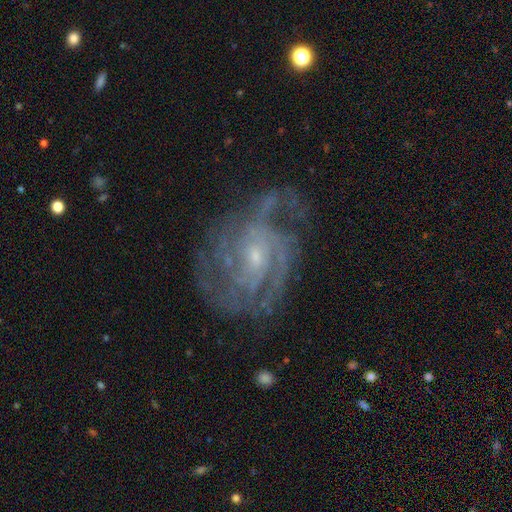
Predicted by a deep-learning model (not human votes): This is clearly a featured or disk galaxy (89%). It is clearly not viewed edge-on (98%). Bar: possibly no (60%). Spiral arm pattern: clearly yes (97%). Spiral arm count: marginally 3 (29%). Spiral winding: possibly tight (55%). Central bulge: likely small (73%). Merging: likely none (66%).